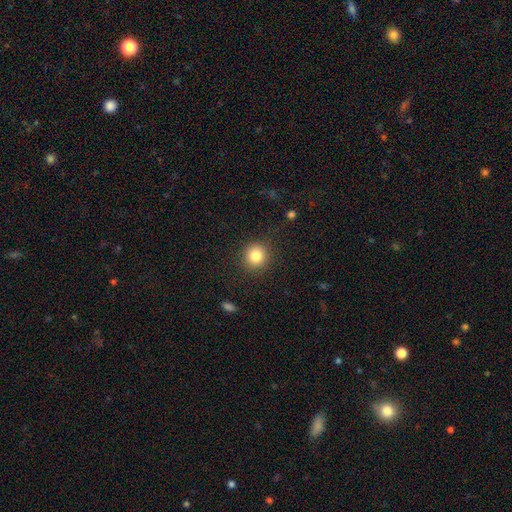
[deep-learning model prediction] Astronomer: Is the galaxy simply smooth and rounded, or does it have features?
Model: smooth — 83%.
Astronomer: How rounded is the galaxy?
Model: round — 91%.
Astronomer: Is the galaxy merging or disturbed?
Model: none — 89%.